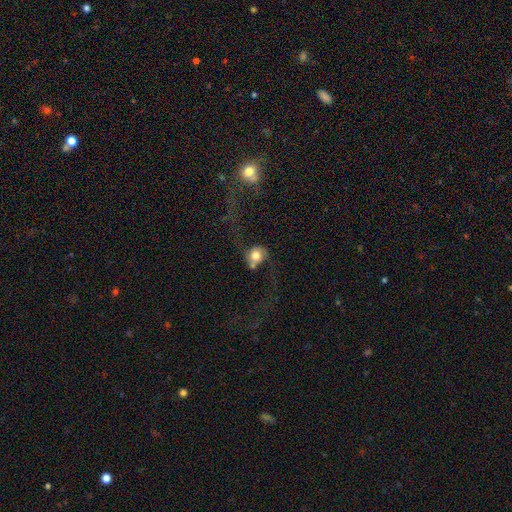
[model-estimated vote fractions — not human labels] A smooth galaxy with no disk features (62%) that is round (79%).

Vote fractions:
- Smooth or featured? smooth: 62% / featured or disk: 28% / star or artifact: 10%
- How rounded? round: 79% / in between: 19% / cigar-shaped: 1%
- Merging? none: 32% / merger: 29% / major disturbance: 24% / minor disturbance: 15%